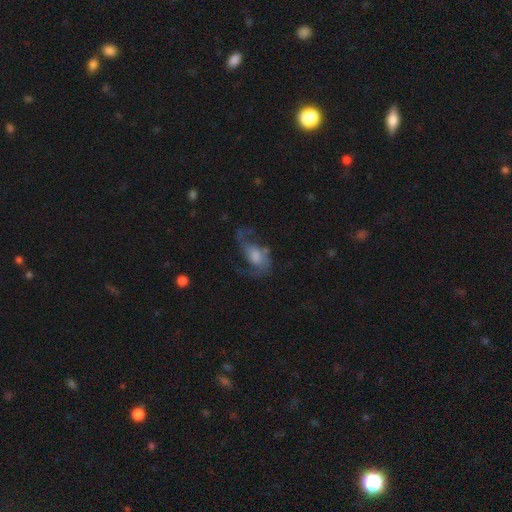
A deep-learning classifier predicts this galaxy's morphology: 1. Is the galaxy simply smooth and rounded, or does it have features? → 72% featured or disk, 19% smooth, 9% star or artifact.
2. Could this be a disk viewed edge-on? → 96% no, 4% yes.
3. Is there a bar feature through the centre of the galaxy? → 56% no, 36% weak, 8% strong.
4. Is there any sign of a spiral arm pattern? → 89% yes, 11% no.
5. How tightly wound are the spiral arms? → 52% loose, 38% medium, 10% tight.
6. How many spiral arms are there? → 80% 2, 8% 1, 7% can't tell, 3% 3, 1% 4, 1% more than 4.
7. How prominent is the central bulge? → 38% moderate, 25% small, 22% large, 12% none, 3% dominant.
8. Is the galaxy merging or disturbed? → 50% none, 28% major disturbance, 19% minor disturbance, 3% merger.